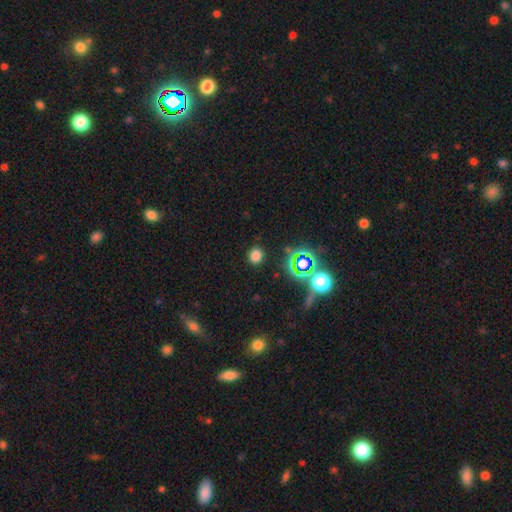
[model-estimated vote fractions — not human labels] smooth-or-featured: smooth: 72% | star or artifact: 23% | featured or disk: 5%
  how-rounded: round: 77% | in between: 22% | cigar-shaped: 1%
  merging: none: 88% | minor disturbance: 7% | major disturbance: 3% | merger: 2%